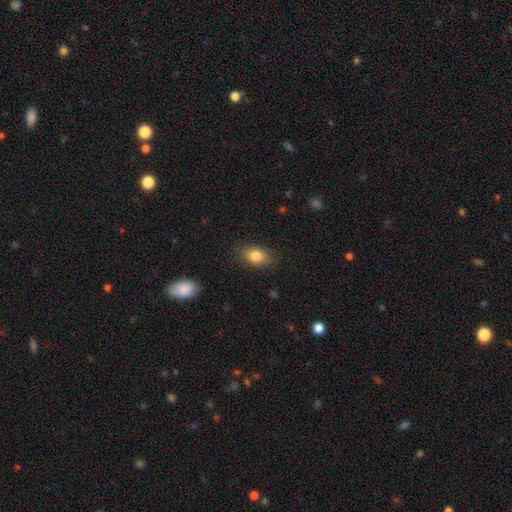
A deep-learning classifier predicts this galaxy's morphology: Smooth or featured? Predicted: smooth (p=0.84). How rounded? Predicted: in between (p=0.82). Merging? Predicted: none (p=0.84).